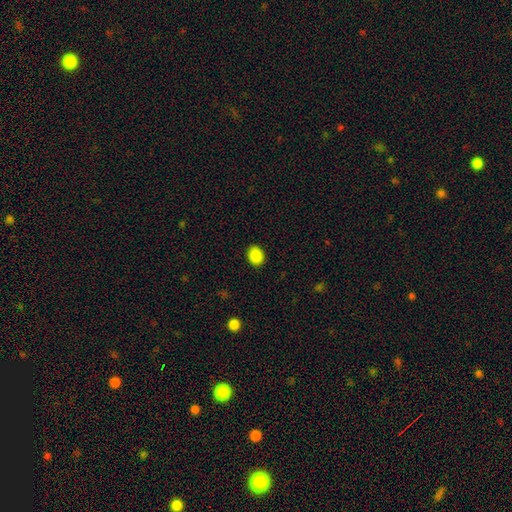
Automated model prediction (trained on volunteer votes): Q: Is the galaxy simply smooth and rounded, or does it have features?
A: smooth — 89%.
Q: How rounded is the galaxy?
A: in between — 57%.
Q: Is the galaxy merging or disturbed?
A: none — 88%.